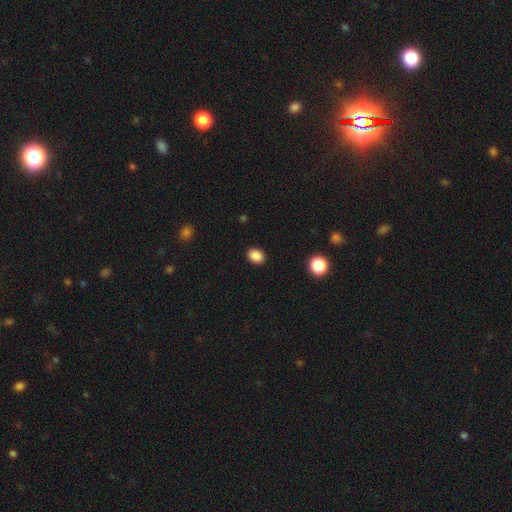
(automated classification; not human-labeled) Morphology: type=smooth (88%); roundness=in between (63%); merging=none (90%).